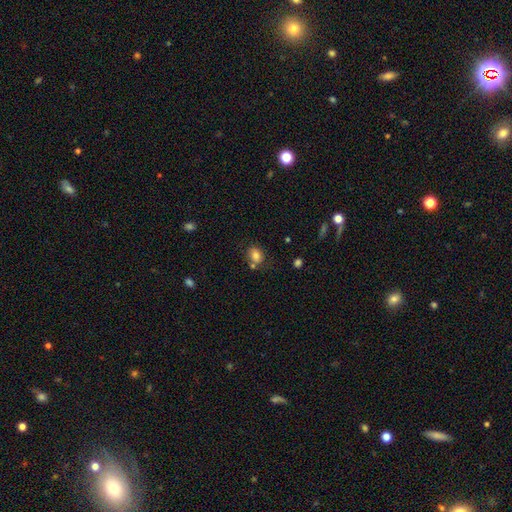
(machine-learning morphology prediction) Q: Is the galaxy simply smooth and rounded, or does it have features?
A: smooth — 77%.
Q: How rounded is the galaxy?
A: in between — 53%.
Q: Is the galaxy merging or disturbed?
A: none — 64%.